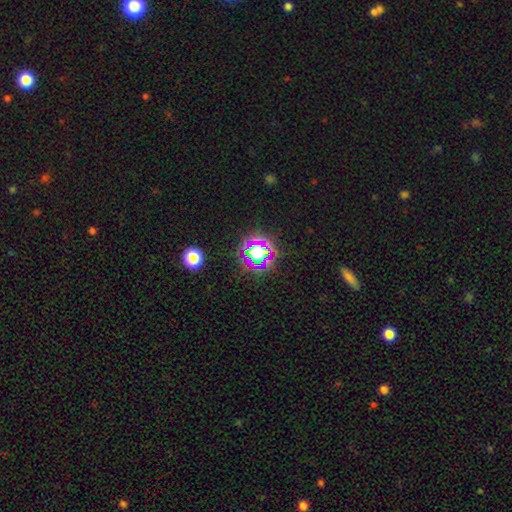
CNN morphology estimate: This is likely a star or artifact rather than a galaxy (61%).